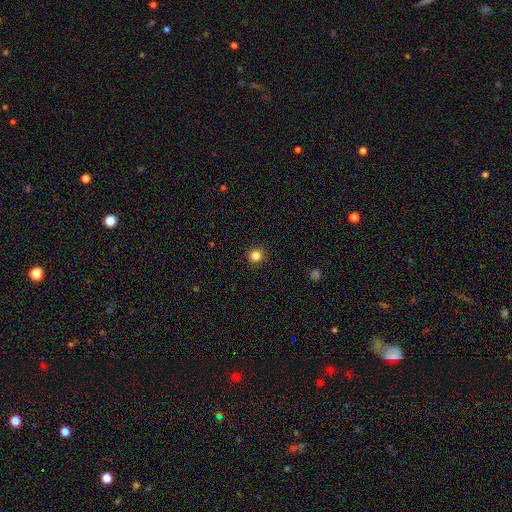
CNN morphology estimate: This is clearly a smooth galaxy (84%). How rounded: clearly round (94%). Merging: clearly none (92%).